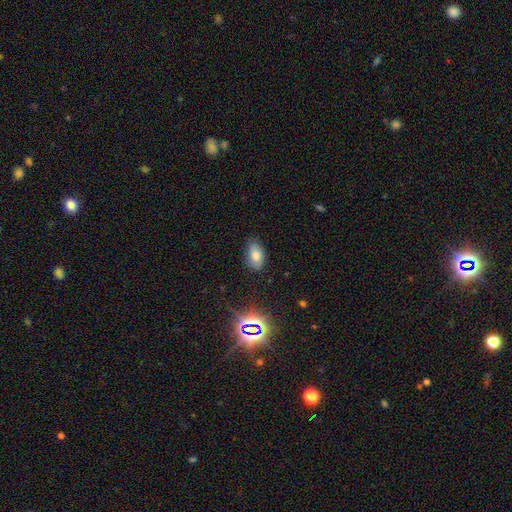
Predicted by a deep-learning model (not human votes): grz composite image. It shows a smooth galaxy with no disk features (76%) that is in between round and cigar-shaped (92%). Merging: none (78%).